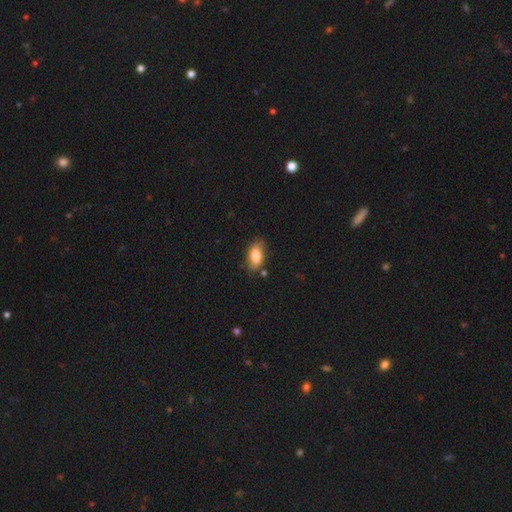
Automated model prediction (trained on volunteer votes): The model was most divided on "merging": none: 74%, minor disturbance: 19%, major disturbance: 4%, merger: 3%. More confident: how rounded — in between (90%); smooth or featured — smooth (80%).